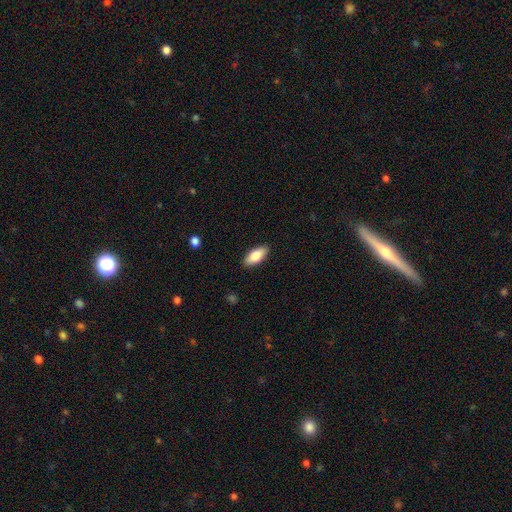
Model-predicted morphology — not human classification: A smooth galaxy with no disk features (81%) that is in between round and cigar-shaped (87%).

Vote fractions:
- Smooth or featured? smooth: 81% / featured or disk: 13% / star or artifact: 6%
- How rounded? in between: 87% / cigar-shaped: 11% / round: 2%
- Merging? none: 89% / minor disturbance: 9% / major disturbance: 2% / merger: 1%